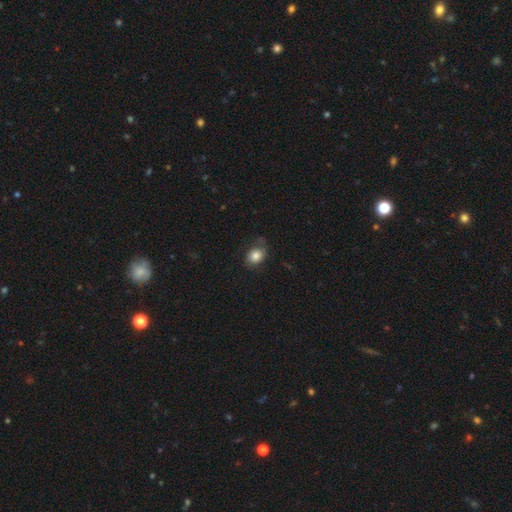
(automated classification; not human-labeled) smooth_or_featured: smooth (p=0.79) [alt: featured or disk p=0.13]
how_rounded: in between (p=0.58) [alt: round p=0.41]
merging: none (p=0.63) [alt: minor disturbance p=0.25]